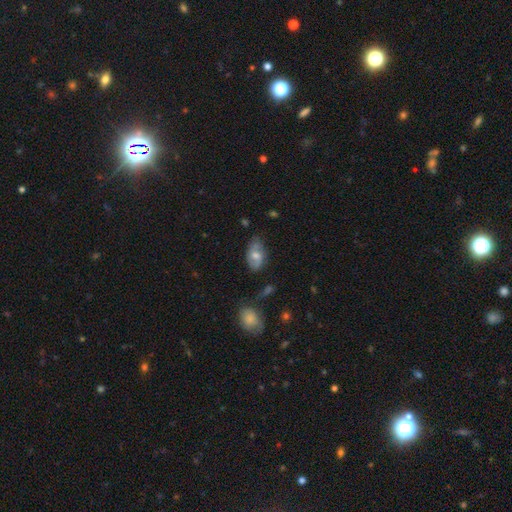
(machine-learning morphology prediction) smooth-or-featured: featured or disk: 46% | smooth: 45% | star or artifact: 8%
  merging: none: 69% | minor disturbance: 23% | major disturbance: 6% | merger: 3%